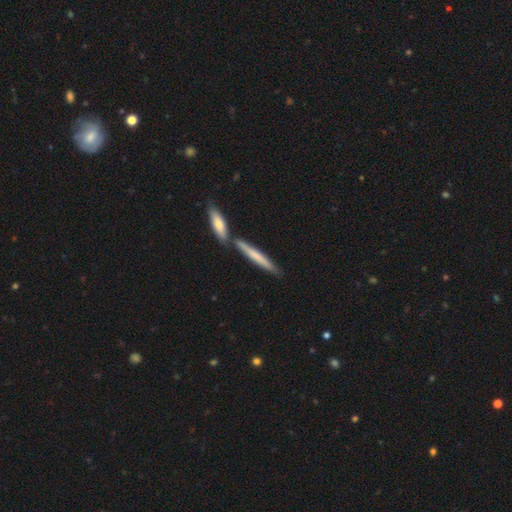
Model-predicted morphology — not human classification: A smooth galaxy with no disk features (63%) that is cigar-shaped (92%).

Vote fractions:
- Smooth or featured? smooth: 63% / featured or disk: 31% / star or artifact: 5%
- How rounded? cigar-shaped: 92% / in between: 6% / round: 1%
- Merging? none: 68% / merger: 20% / minor disturbance: 10% / major disturbance: 2%